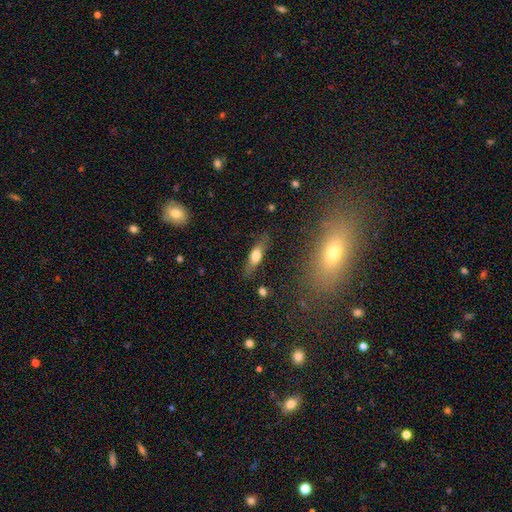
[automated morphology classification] Q: Smooth or featured?
A: smooth (61%); runner-up: featured or disk (31%)
Q: How rounded?
A: in between (50%); runner-up: cigar-shaped (47%)
Q: Merging?
A: none (79%); runner-up: minor disturbance (15%)